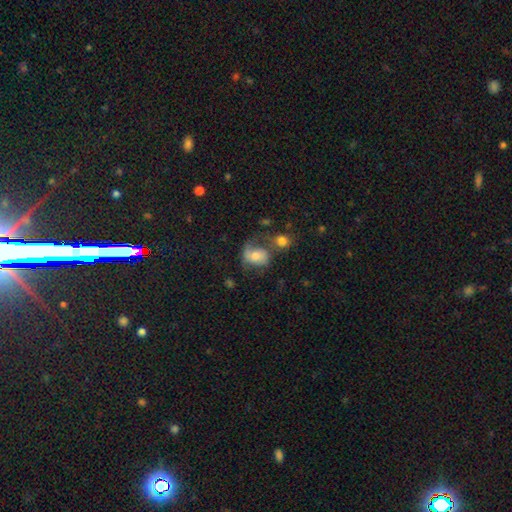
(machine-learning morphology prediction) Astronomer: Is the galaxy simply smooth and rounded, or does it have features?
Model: smooth — 55% (runner-up: featured or disk, 35%).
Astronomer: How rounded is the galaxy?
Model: in between — 60% (runner-up: round, 38%).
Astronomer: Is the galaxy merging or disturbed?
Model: none — 32% (runner-up: merger, 24%).